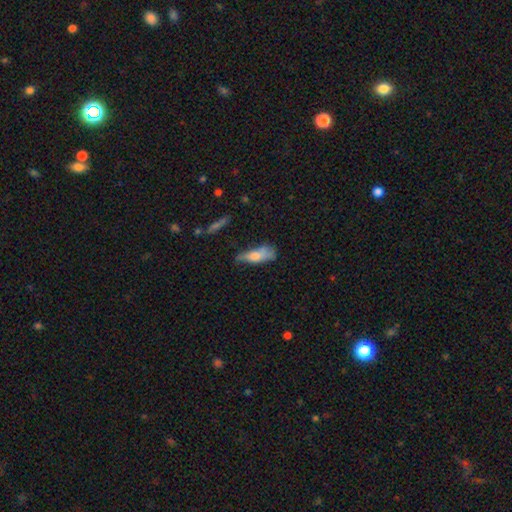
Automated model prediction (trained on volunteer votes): This is likely a smooth galaxy (66%). How rounded: possibly in between (59%). Merging: marginally none (38%).